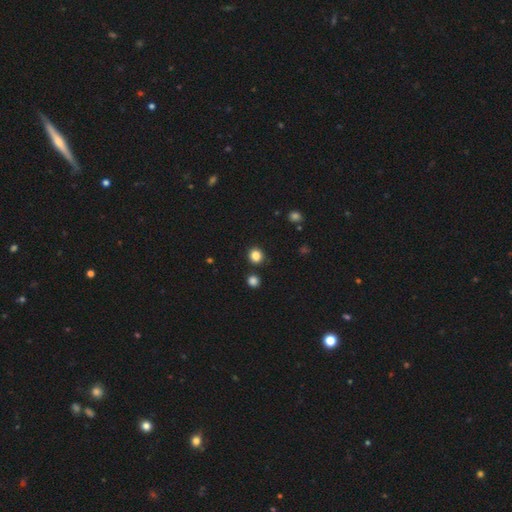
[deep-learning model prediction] Morphology: type=smooth (84%); roundness=round (86%); merging=none (87%).